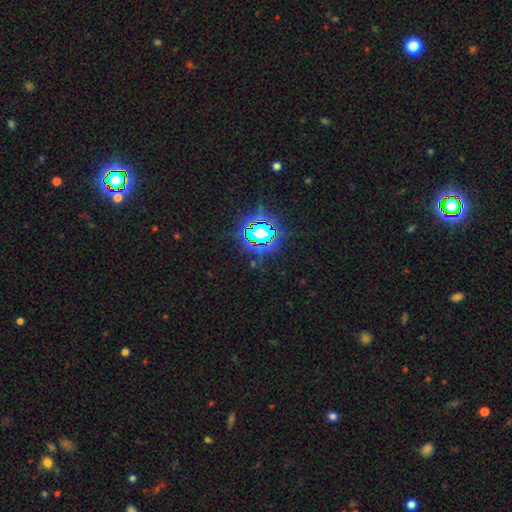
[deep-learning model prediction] A star or artifact, not a galaxy (83%).